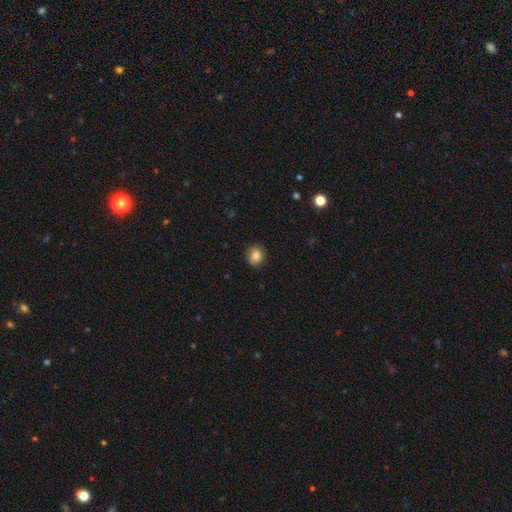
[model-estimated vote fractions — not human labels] Smooth or featured? smooth (82%)
How rounded? round (80%)
Merging? none (87%)